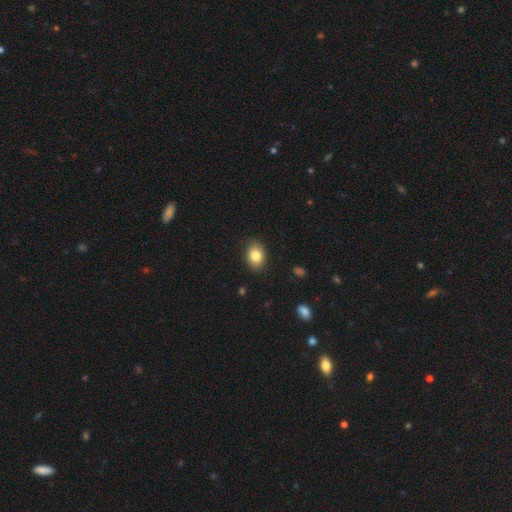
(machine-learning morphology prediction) This appears to be a smooth galaxy with no disk features (82%) that is in between round and cigar-shaped (72%). Merging: none (86%).